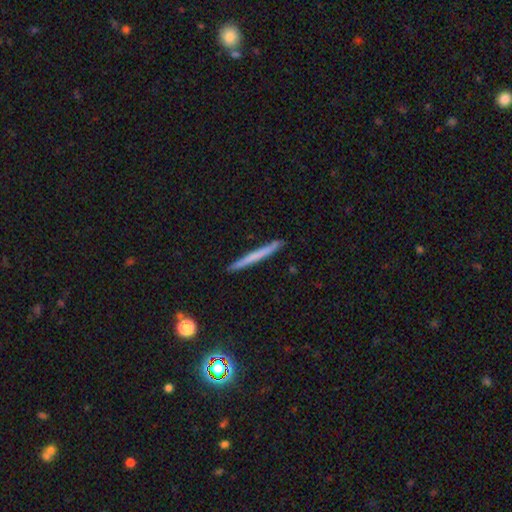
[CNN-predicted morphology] Smooth or featured: smooth — 58% (featured or disk — 35%)
How rounded: cigar-shaped — 97% (in between — 2%)
Merging: none — 91% (minor disturbance — 6%)